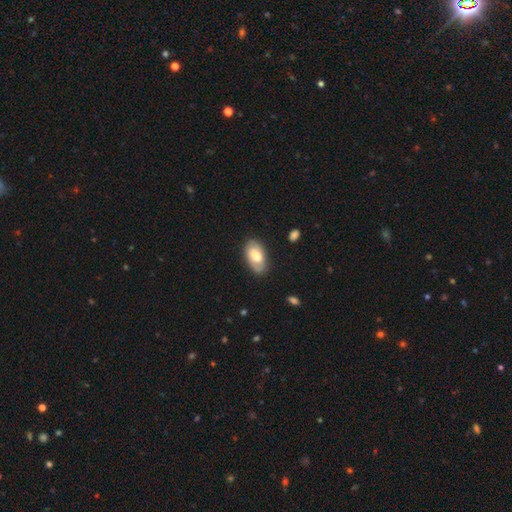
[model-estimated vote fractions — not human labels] A smooth galaxy with no disk features (61%) that is in between round and cigar-shaped (94%). Merging: none (81%).